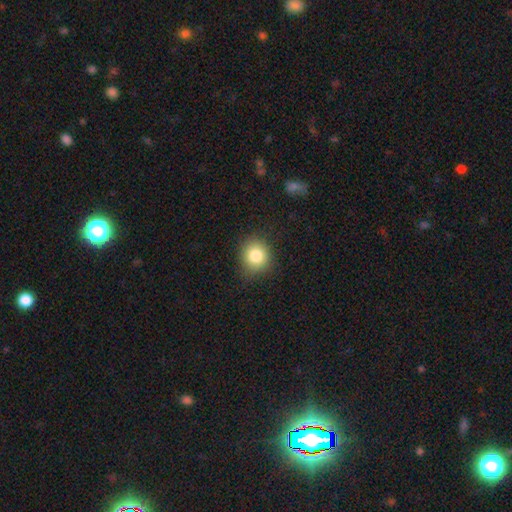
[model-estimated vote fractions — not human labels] The model was most divided on "how rounded": round: 82%, in between: 17%, cigar-shaped: 1%. More confident: smooth or featured — smooth (83%); merging — none (82%).